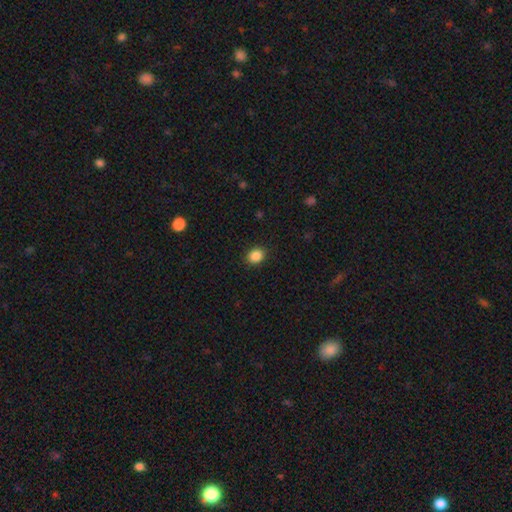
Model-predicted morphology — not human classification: The model was most divided on "how rounded": round: 58%, in between: 42%, cigar-shaped: 1%. More confident: merging — none (90%); smooth or featured — smooth (87%).